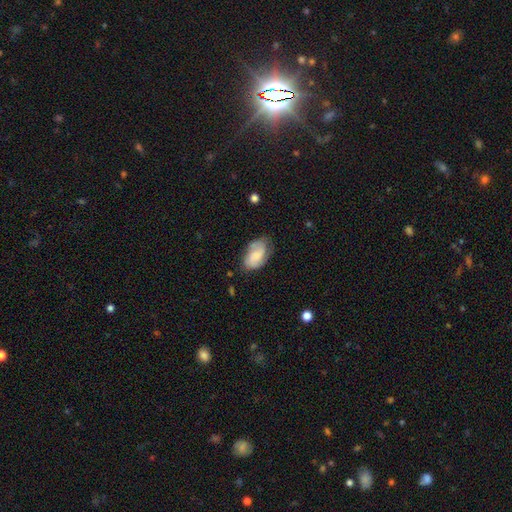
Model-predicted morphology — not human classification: This is possibly a smooth galaxy (50%). Merging: likely none (63%).